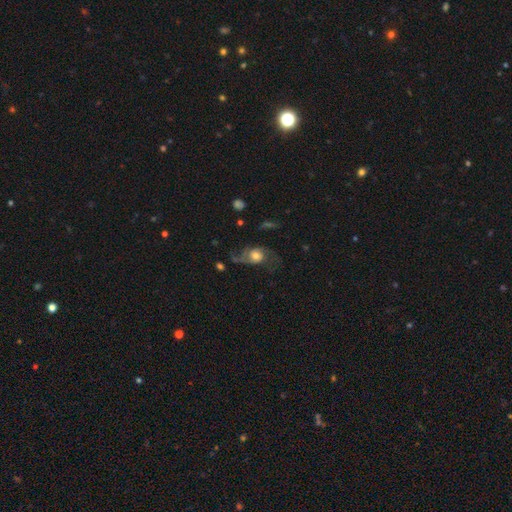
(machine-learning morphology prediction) Smooth or featured?
  - featured or disk: 66% *
  - smooth: 25%
  - star or artifact: 8%
Edge-on disk?
  - no: 95% *
  - yes: 5%
Bar?
  - no: 73% *
  - weak: 22%
  - strong: 4%
Spiral arms?
  - yes: 88% *
  - no: 12%
Spiral winding?
  - loose: 68% *
  - medium: 26%
  - tight: 6%
Spiral arm count?
  - 2: 76% *
  - 1: 9%
  - can't tell: 6%
  - 3: 4%
  - 4: 2%
  - more than 4: 2%
Bulge size?
  - moderate: 55% *
  - large: 22%
  - small: 16%
  - dominant: 4%
  - none: 2%
Merging?
  - none: 45% *
  - major disturbance: 32%
  - minor disturbance: 20%
  - merger: 3%